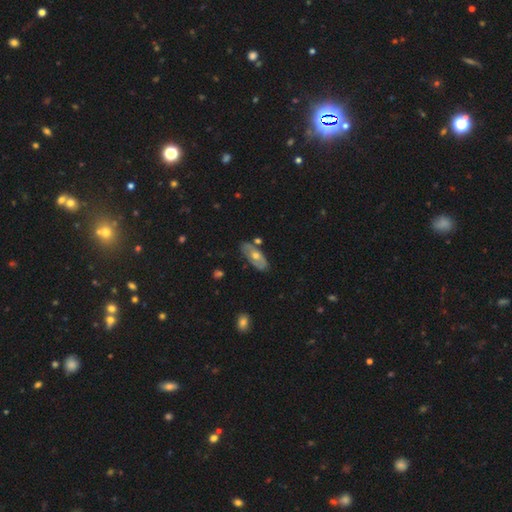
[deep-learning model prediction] This appears to be a featured or disk galaxy (53%). Merging: none (76%).